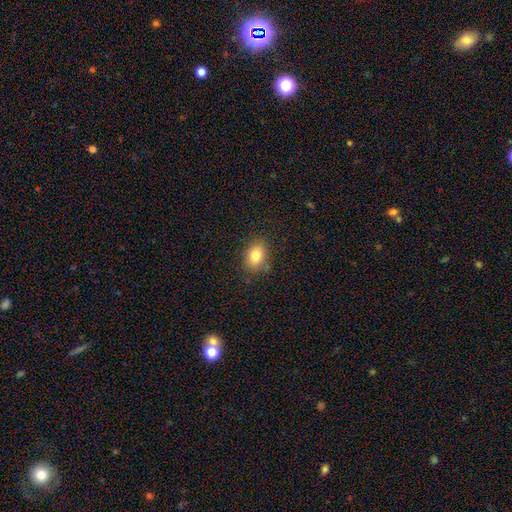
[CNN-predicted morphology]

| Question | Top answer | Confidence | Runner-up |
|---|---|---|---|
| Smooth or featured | smooth | 81% | star or artifact (10%) |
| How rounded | in between | 68% | round (31%) |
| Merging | none | 81% | minor disturbance (14%) |